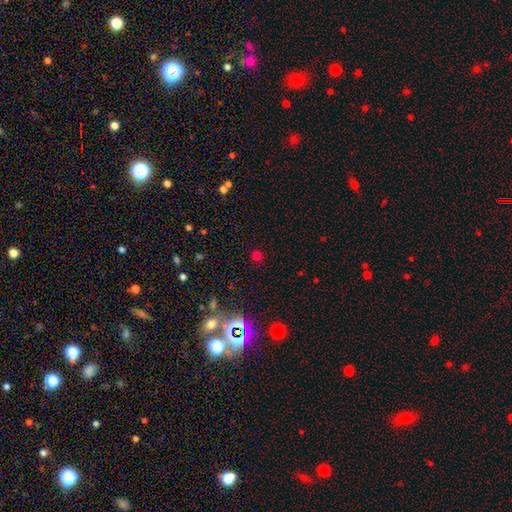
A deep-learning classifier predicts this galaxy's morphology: Q: Smooth or featured?
A: smooth (58%); runner-up: star or artifact (37%)
Q: How rounded?
A: round (90%); runner-up: in between (9%)
Q: Merging?
A: none (85%); runner-up: minor disturbance (8%)